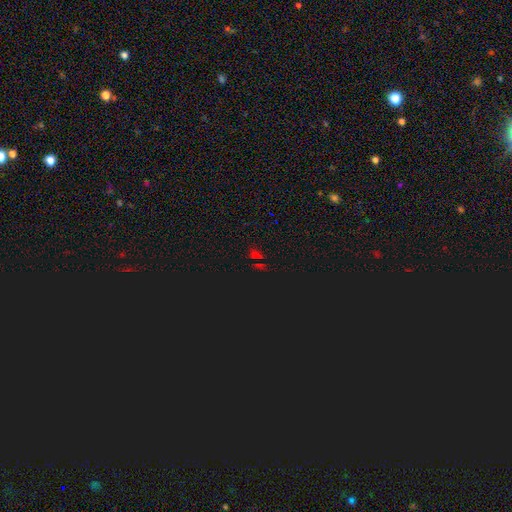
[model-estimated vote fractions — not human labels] This is likely a star or artifact rather than a galaxy (72%).